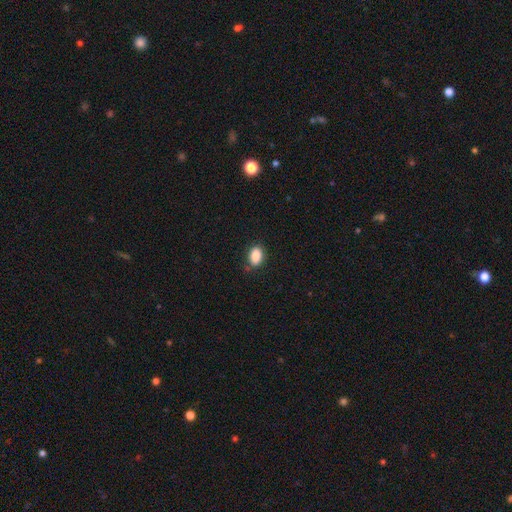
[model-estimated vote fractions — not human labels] Overall: smooth (88%). How rounded: in between (85%). Merging: none (80%).